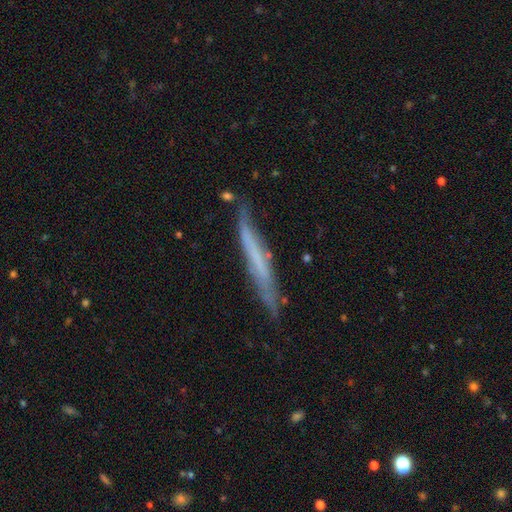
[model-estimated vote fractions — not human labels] smooth_or_featured: featured or disk (p=0.53) [alt: smooth p=0.39]
disk_edge_on: yes (p=0.86) [alt: no p=0.14]
merging: none (p=0.70) [alt: minor disturbance p=0.23]